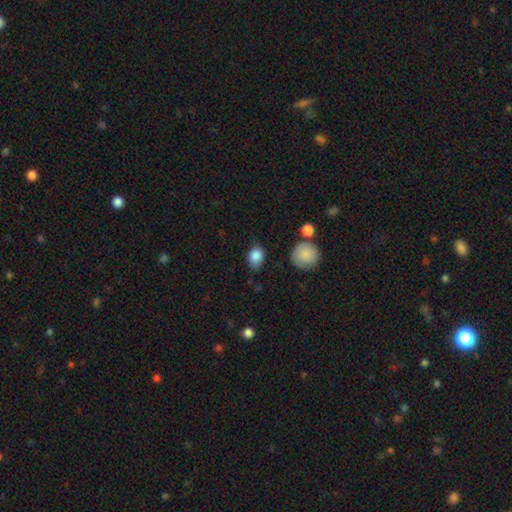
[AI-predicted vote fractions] The model was most divided on "how rounded": in between: 67%, round: 32%, cigar-shaped: 1%. More confident: smooth or featured — smooth (86%); merging — none (71%).